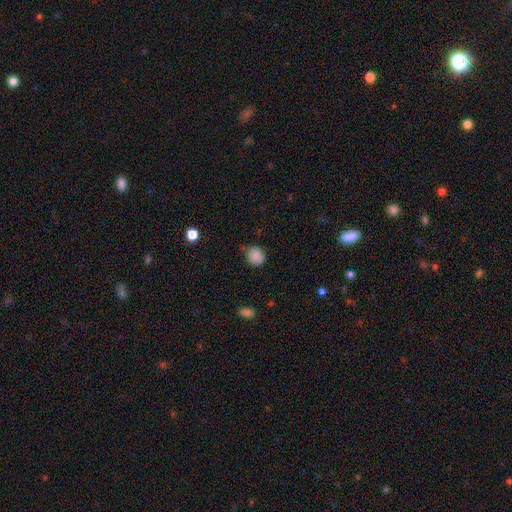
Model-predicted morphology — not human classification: Smooth or featured? smooth (86%)
How rounded? round (71%)
Merging? none (62%)